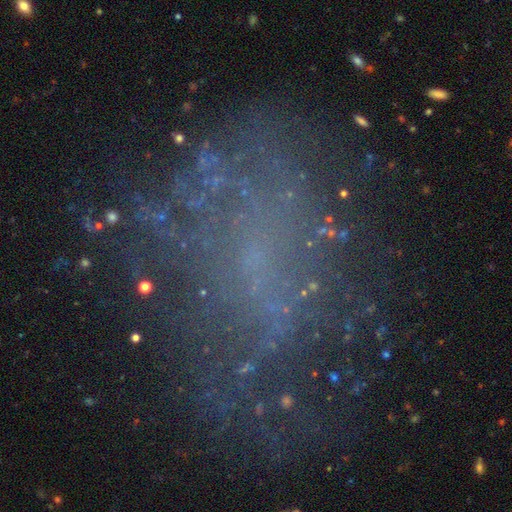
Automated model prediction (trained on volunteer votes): smooth-or-featured: featured or disk: 44% | star or artifact: 30% | smooth: 26%
  merging: none: 54% | major disturbance: 24% | minor disturbance: 19% | merger: 4%